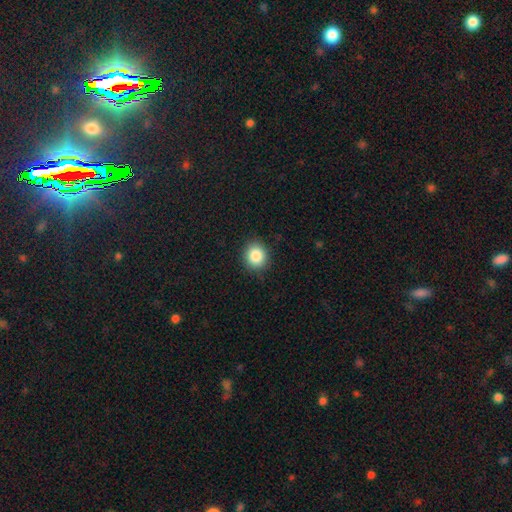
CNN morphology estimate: Q: Smooth or featured?
A: smooth (86%); runner-up: star or artifact (9%)
Q: How rounded?
A: round (77%); runner-up: in between (22%)
Q: Merging?
A: none (89%); runner-up: minor disturbance (8%)